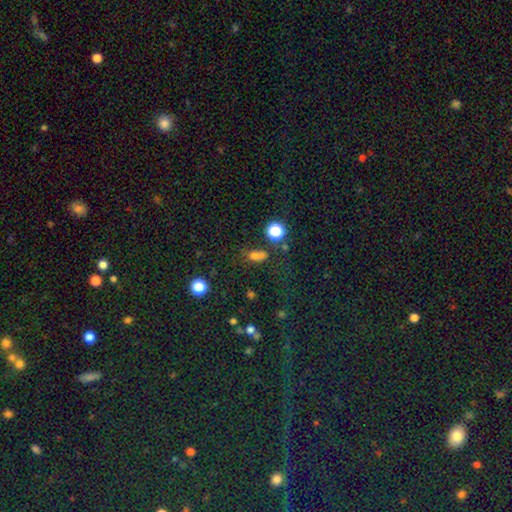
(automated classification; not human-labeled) This is likely a smooth galaxy (64%). How rounded: possibly round (49%). Merging: possibly none (45%).